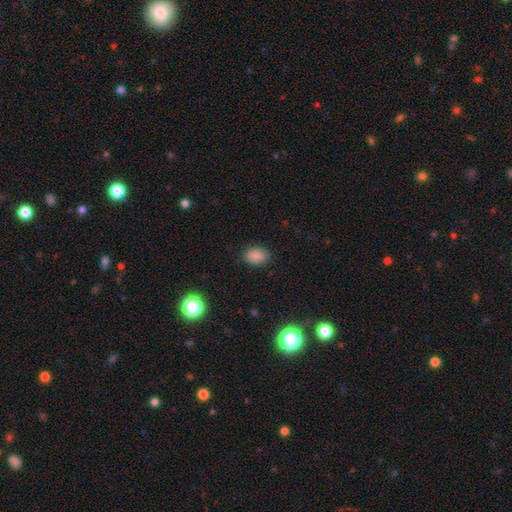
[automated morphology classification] Smooth or featured? smooth (86%)
How rounded? in between (75%)
Merging? none (86%)